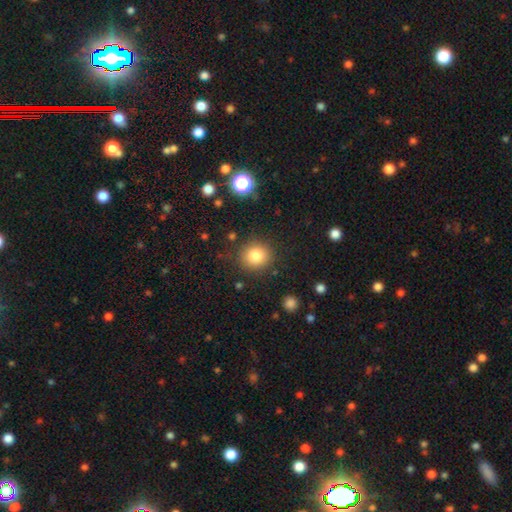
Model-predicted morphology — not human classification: smooth_or_featured: smooth (p=0.83) [alt: star or artifact p=0.11]
how_rounded: round (p=0.88) [alt: in between p=0.11]
merging: none (p=0.87) [alt: minor disturbance p=0.08]